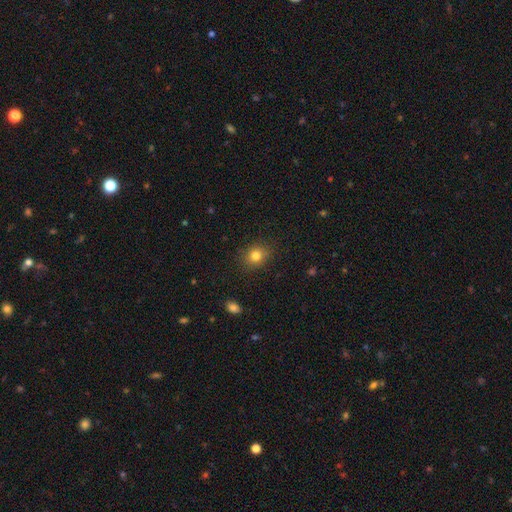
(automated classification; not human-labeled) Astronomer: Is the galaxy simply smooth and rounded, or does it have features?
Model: smooth — 81%.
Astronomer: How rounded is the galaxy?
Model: round — 60% (runner-up: in between, 39%).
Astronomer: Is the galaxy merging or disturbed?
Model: none — 85%.